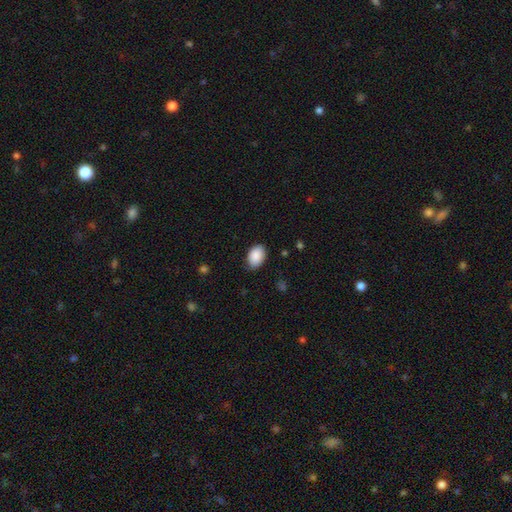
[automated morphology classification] type=smooth (89%); roundness=in between (87%); merging=none (78%).